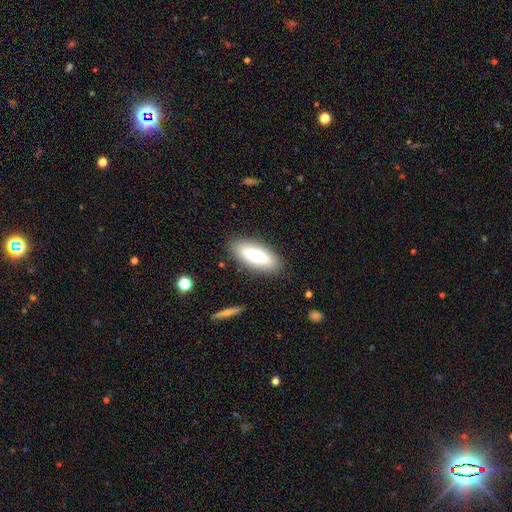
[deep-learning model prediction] Smooth or featured: smooth — 67% (featured or disk — 26%)
How rounded: in between — 73% (cigar-shaped — 24%)
Merging: none — 86% (minor disturbance — 9%)